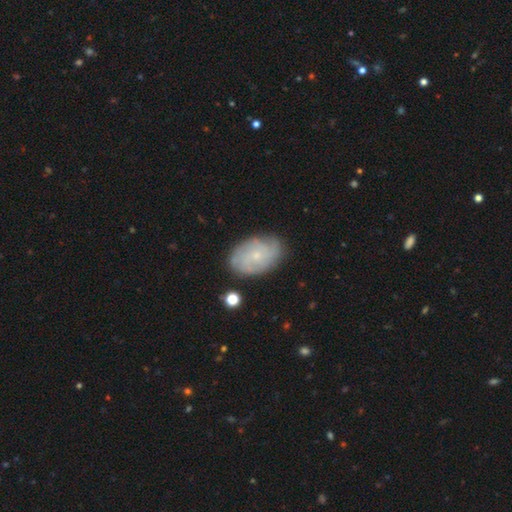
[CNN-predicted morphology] Overall: featured or disk (62%; smooth 31%). Edge-on disk: no (96%). Bar: no (78%). Spiral arms: yes (86%). Spiral arm count: can't tell (47%; 3 15%). Spiral winding: tight (61%; medium 29%). Bulge size: small (77%). Merging: none (80%).